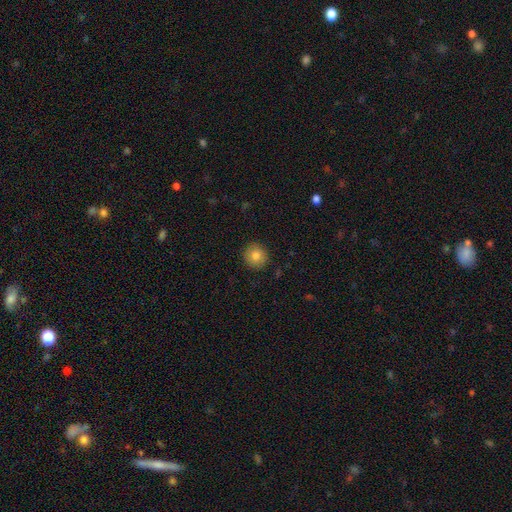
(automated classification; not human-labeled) smooth-or-featured: smooth: 82% | star or artifact: 10% | featured or disk: 8%
  how-rounded: round: 94% | in between: 5% | cigar-shaped: 1%
  merging: none: 91% | minor disturbance: 6% | major disturbance: 2% | merger: 1%